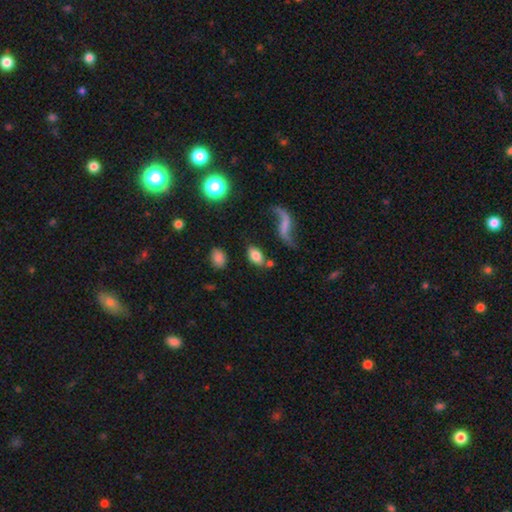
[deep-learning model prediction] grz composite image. It shows a smooth galaxy with no disk features (72%) that is in between round and cigar-shaped (88%). Merging: none (62%).